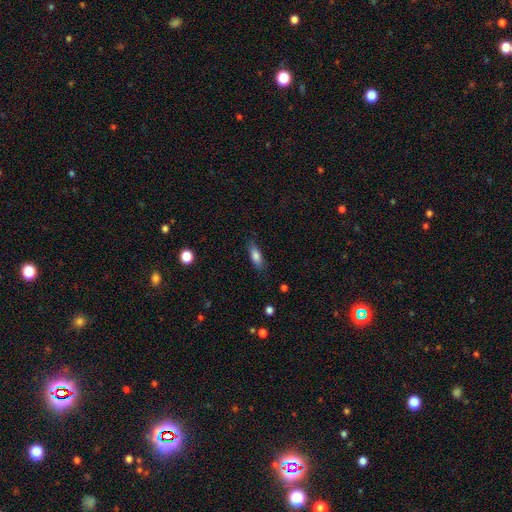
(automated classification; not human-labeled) smooth 81%, featured or disk 11%, star or artifact 8%. Down the decision tree: how rounded — in between (67%); merging — none (81%).